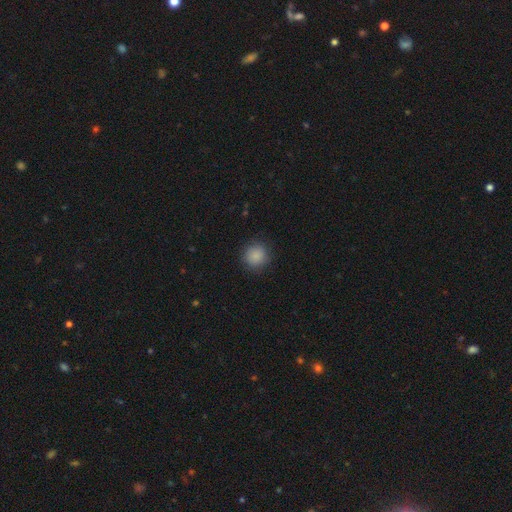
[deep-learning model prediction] A smooth galaxy with no disk features (87%) that is round (92%).

Vote fractions:
- Smooth or featured? smooth: 87% / star or artifact: 9% / featured or disk: 4%
- How rounded? round: 92% / in between: 7% / cigar-shaped: 1%
- Merging? none: 88% / minor disturbance: 9% / major disturbance: 3% / merger: 1%